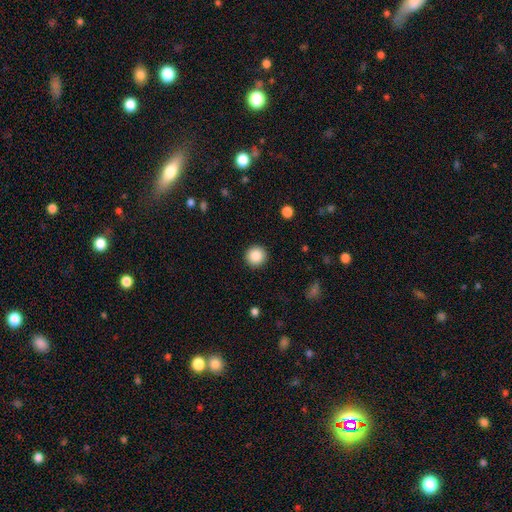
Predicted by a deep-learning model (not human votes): The model was most divided on "smooth or featured": smooth: 87%, star or artifact: 9%, featured or disk: 4%. More confident: how rounded — round (94%); merging — none (92%).